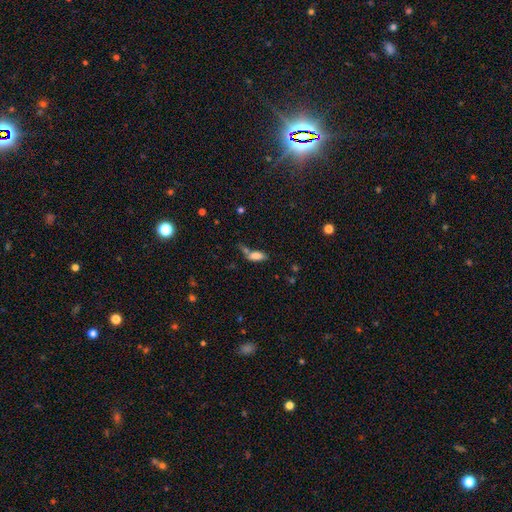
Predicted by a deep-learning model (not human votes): This is likely a smooth galaxy (79%). How rounded: likely in between (79%). Merging: marginally none (43%).